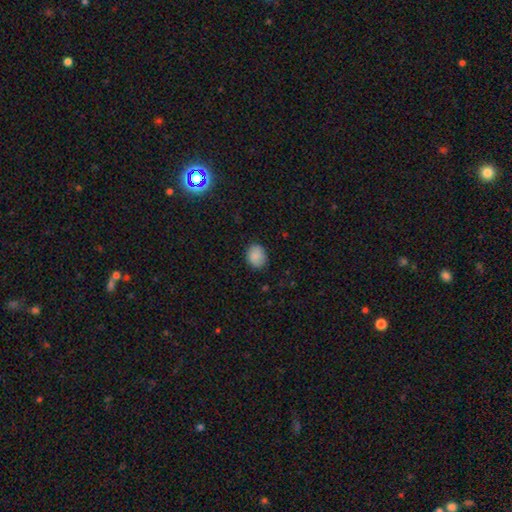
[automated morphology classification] This is clearly a smooth galaxy (87%). How rounded: possibly round (51%). Merging: clearly none (83%).